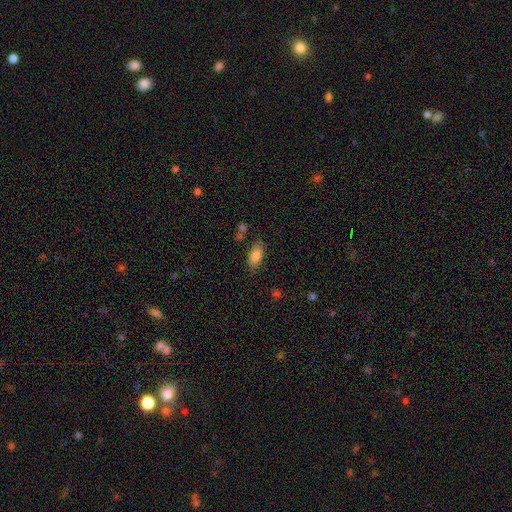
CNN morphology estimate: Overall: smooth (83%). How rounded: in between (90%). Merging: none (76%).